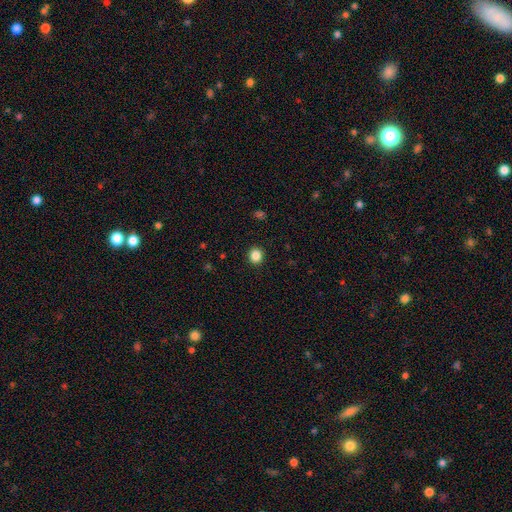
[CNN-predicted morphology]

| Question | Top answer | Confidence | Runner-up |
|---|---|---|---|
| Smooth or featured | smooth | 86% | star or artifact (10%) |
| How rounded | round | 88% | in between (11%) |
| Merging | none | 92% | minor disturbance (5%) |